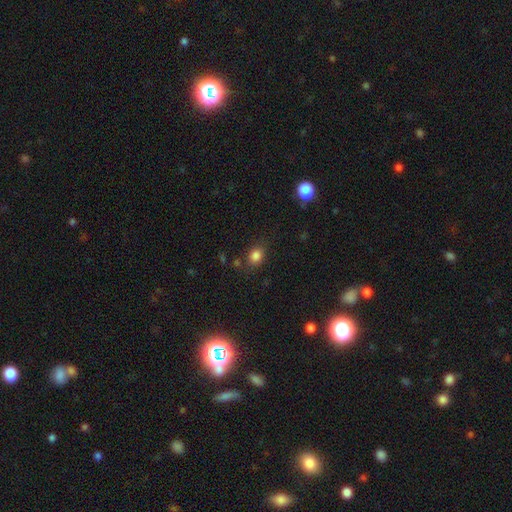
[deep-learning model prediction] Smooth or featured: smooth — 82% (star or artifact — 12%)
How rounded: in between — 54% (round — 45%)
Merging: none — 76% (minor disturbance — 15%)